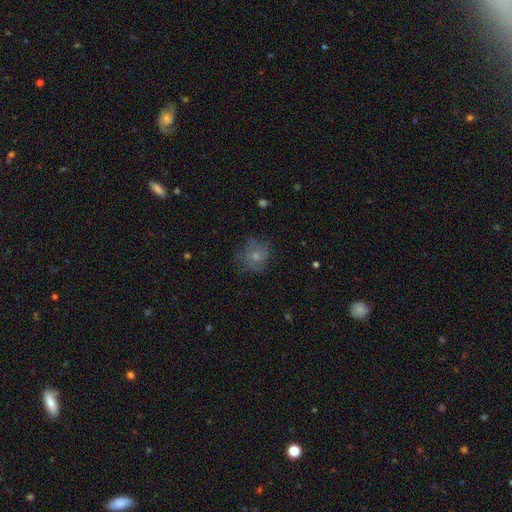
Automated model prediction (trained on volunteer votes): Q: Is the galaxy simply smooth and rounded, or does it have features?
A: smooth — 65%.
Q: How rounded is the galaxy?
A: round — 81%.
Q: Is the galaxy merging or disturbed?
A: none — 63%.